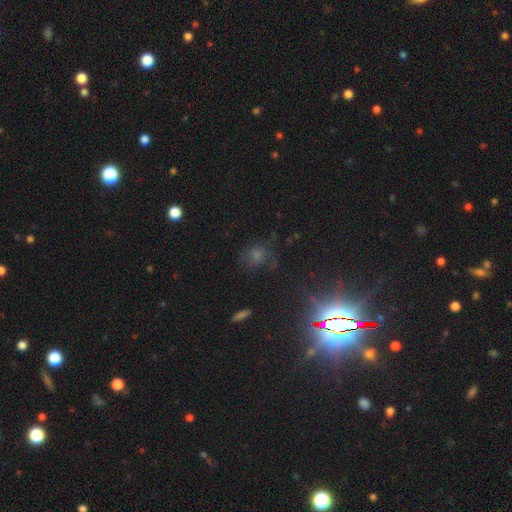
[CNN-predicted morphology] Q: Smooth or featured?
A: star or artifact (56%); runner-up: smooth (27%)